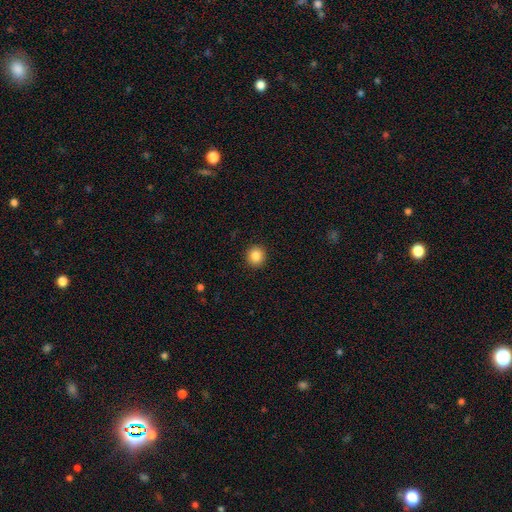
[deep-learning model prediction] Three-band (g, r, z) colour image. It shows a smooth galaxy with no disk features (86%) that is round (92%). Merging: none (93%).